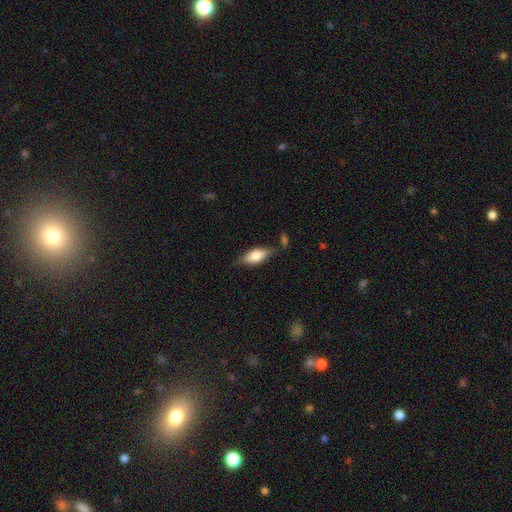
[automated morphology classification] smooth-or-featured: smooth: 67% | featured or disk: 26% | star or artifact: 6%
  how-rounded: in between: 77% | cigar-shaped: 20% | round: 3%
  merging: none: 69% | minor disturbance: 20% | merger: 6% | major disturbance: 5%